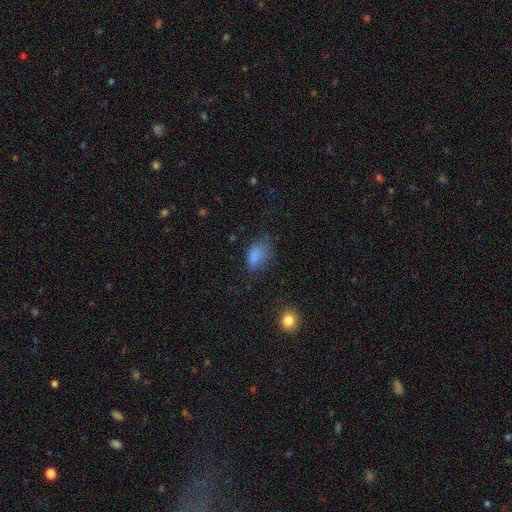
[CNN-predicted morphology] Smooth or featured?
  - smooth: 81% *
  - star or artifact: 12%
  - featured or disk: 8%
How rounded?
  - in between: 90% *
  - round: 8%
  - cigar-shaped: 2%
Merging?
  - none: 50% *
  - minor disturbance: 31%
  - major disturbance: 16%
  - merger: 2%